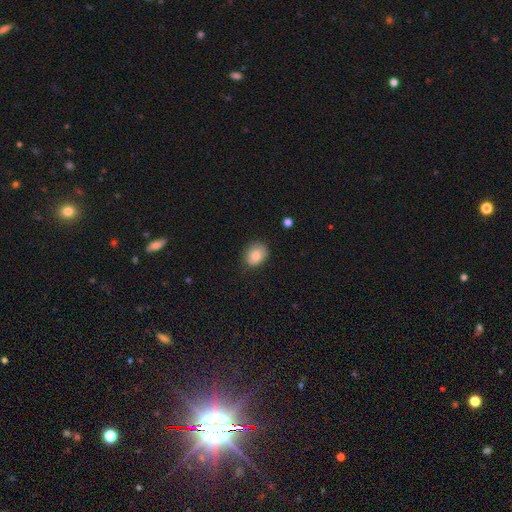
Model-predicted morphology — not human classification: smooth-or-featured: smooth: 82% | featured or disk: 10% | star or artifact: 8%
  how-rounded: in between: 56% | round: 43% | cigar-shaped: 1%
  merging: none: 78% | minor disturbance: 17% | major disturbance: 3% | merger: 1%